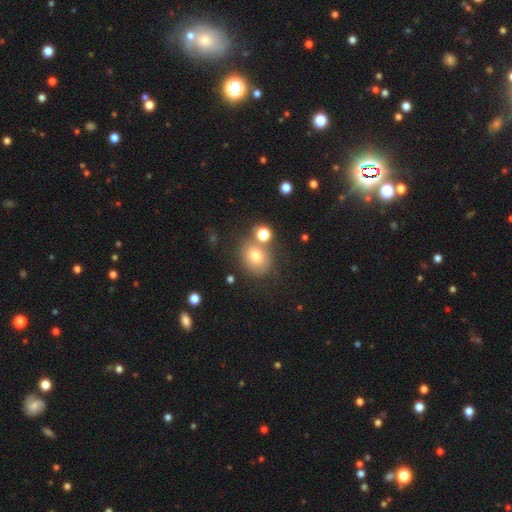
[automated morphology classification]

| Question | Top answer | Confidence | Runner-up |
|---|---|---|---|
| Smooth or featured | smooth | 72% | star or artifact (15%) |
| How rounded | round | 64% | in between (35%) |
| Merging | none | 65% | merger (16%) |